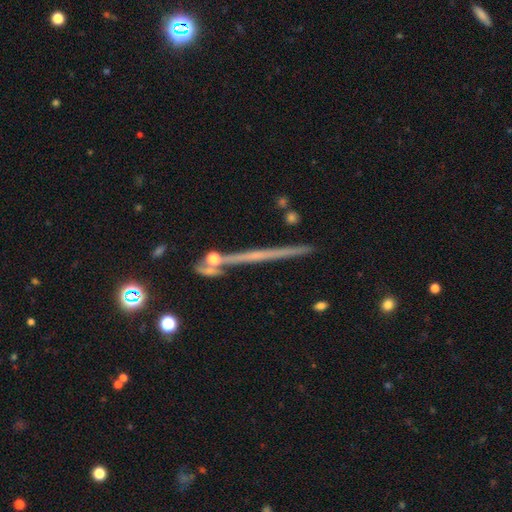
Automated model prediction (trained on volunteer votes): The model was most divided on "smooth or featured": featured or disk: 65%, smooth: 23%, star or artifact: 11%. More confident: edge-on disk — yes (97%); merging — none (85%); edge-on bulge — none (77%).